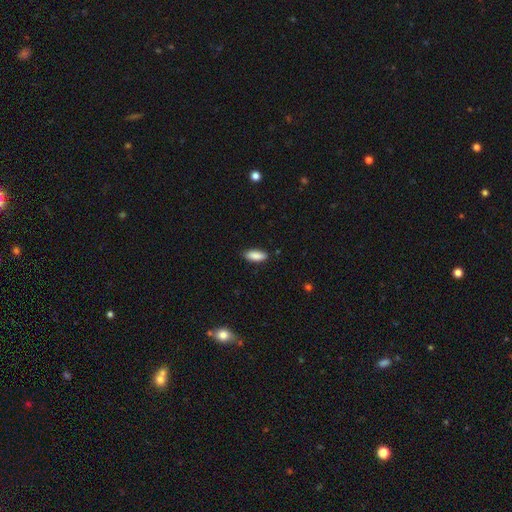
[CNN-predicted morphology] Q: Smooth or featured?
A: smooth (89%); runner-up: star or artifact (7%)
Q: How rounded?
A: in between (80%); runner-up: cigar-shaped (18%)
Q: Merging?
A: none (85%); runner-up: minor disturbance (11%)